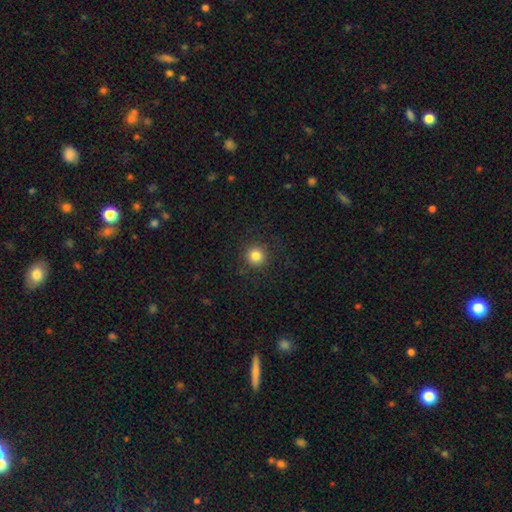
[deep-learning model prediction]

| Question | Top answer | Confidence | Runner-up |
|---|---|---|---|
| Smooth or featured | smooth | 83% | star or artifact (12%) |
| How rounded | round | 95% | in between (4%) |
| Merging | none | 90% | minor disturbance (7%) |